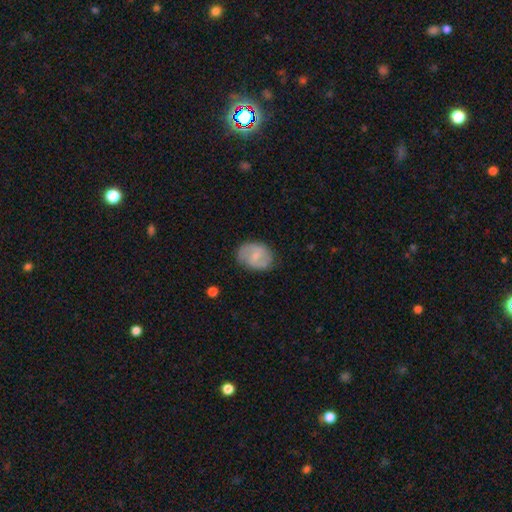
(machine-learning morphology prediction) The model was most divided on "bar": weak: 54%, no: 34%, strong: 12%. Remaining: edge-on disk — no (97%); spiral arms — yes (89%); spiral arm count — 2 (85%); merging — none (76%); smooth or featured — featured or disk (64%); bulge size — small (59%); spiral winding — medium (50%).